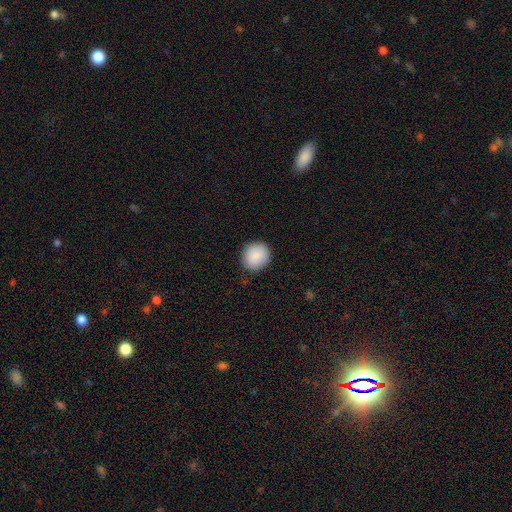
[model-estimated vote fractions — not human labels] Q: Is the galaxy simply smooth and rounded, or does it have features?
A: smooth — 89%.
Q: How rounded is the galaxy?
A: round — 86%.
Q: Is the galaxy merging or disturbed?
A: none — 88%.